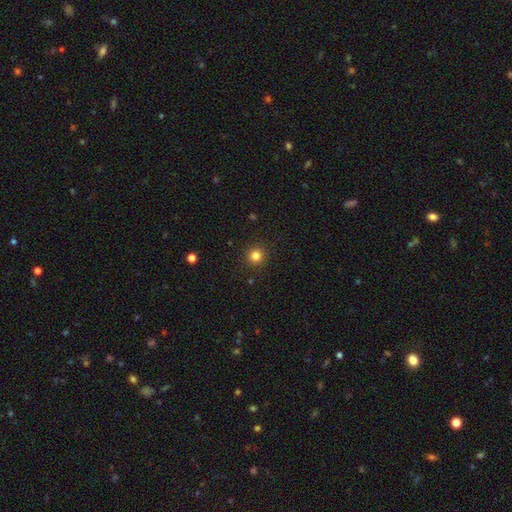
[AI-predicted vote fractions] A smooth galaxy with no disk features (83%) that is round (94%). Merging: none (91%).